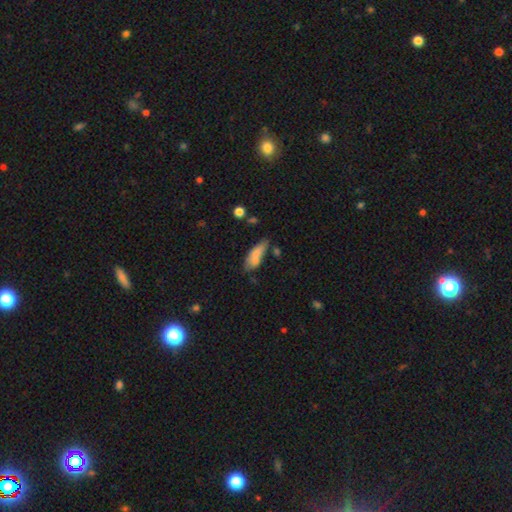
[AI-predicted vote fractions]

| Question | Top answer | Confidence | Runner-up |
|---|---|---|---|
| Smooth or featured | smooth | 75% | featured or disk (17%) |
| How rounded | in between | 62% | cigar-shaped (36%) |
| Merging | none | 48% | minor disturbance (26%) |